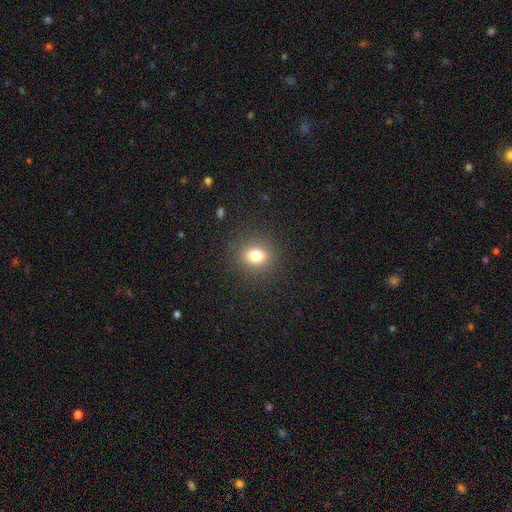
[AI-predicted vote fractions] This is likely a smooth galaxy (78%). How rounded: likely round (71%). Merging: clearly none (88%).